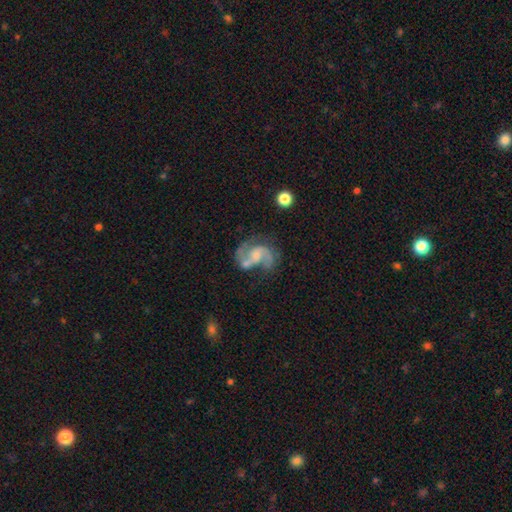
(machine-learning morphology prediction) Overall: featured or disk (84%). Edge-on disk: no (98%). Bar: no (46%; weak 42%). Spiral arms: yes (94%). Spiral arm count: 2 (87%). Spiral winding: medium (51%; loose 37%). Bulge size: small (38%; moderate 32%). Merging: none (46%; minor disturbance 19%).